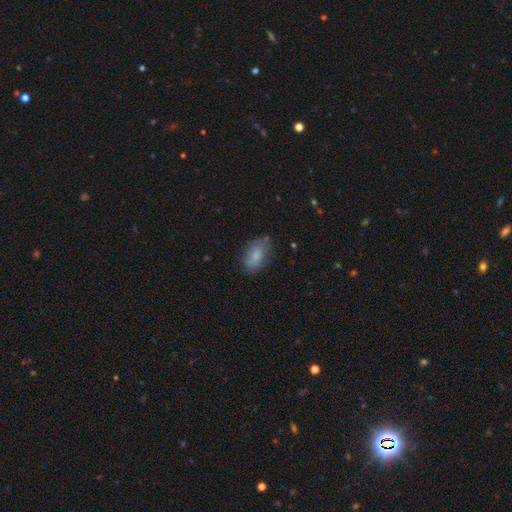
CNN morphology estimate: smooth-or-featured: smooth: 82% | featured or disk: 11% | star or artifact: 7%
  how-rounded: in between: 90% | cigar-shaped: 5% | round: 5%
  merging: none: 73% | minor disturbance: 20% | major disturbance: 5% | merger: 2%